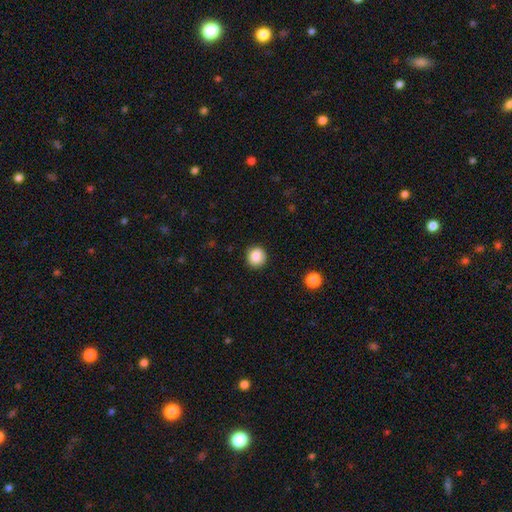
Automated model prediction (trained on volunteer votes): smooth 84%, star or artifact 9%, featured or disk 7%. Down the decision tree: how rounded — round (90%); merging — none (89%).